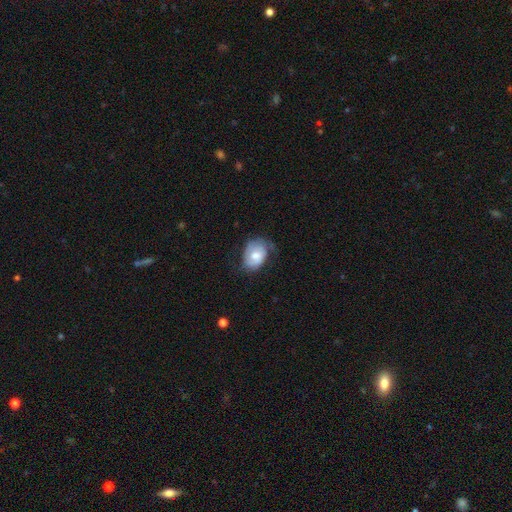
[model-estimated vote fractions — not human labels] Q: Smooth or featured?
A: smooth (50%); runner-up: featured or disk (43%)
Q: How rounded?
A: in between (71%); runner-up: round (28%)
Q: Merging?
A: none (49%); runner-up: minor disturbance (33%)